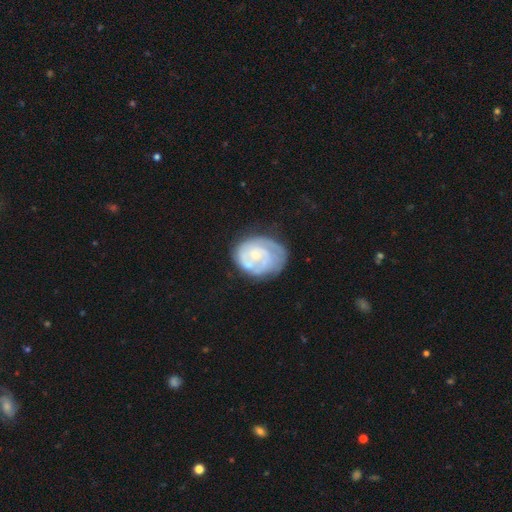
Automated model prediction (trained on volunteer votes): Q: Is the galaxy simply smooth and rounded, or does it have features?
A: featured or disk — 75%.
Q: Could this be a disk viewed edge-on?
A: no — 98%.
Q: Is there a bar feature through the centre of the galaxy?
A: no — 72%.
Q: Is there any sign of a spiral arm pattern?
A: yes — 88%.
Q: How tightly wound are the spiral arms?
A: tight — 65%.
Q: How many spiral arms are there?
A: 2 — 36%.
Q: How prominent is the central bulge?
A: small — 63%.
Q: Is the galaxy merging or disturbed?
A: none — 57%.